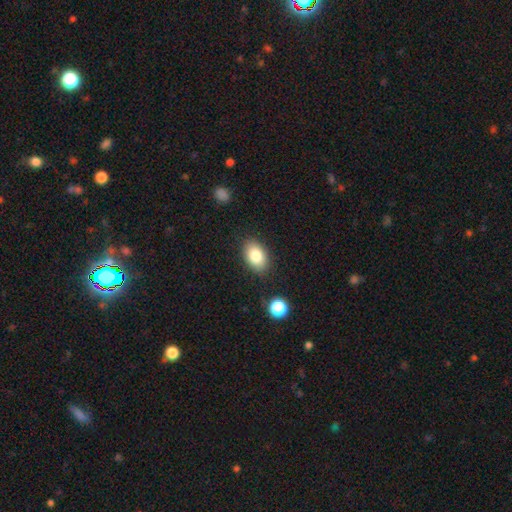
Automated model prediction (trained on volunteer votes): A smooth galaxy with no disk features (82%) that is in between round and cigar-shaped (87%).

Vote fractions:
- Smooth or featured? smooth: 82% / featured or disk: 10% / star or artifact: 9%
- How rounded? in between: 87% / round: 12% / cigar-shaped: 1%
- Merging? none: 86% / minor disturbance: 10% / major disturbance: 2% / merger: 2%